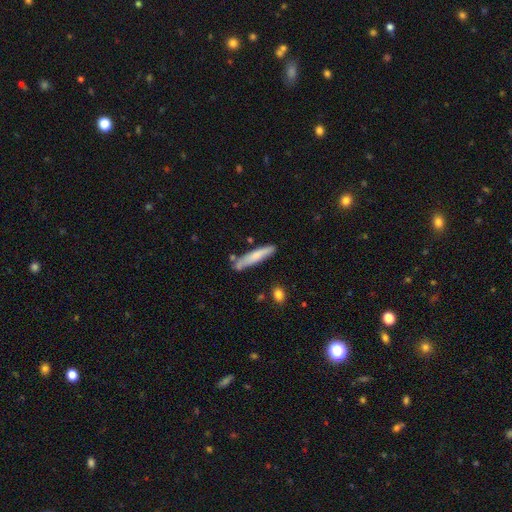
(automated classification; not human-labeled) smooth-or-featured: smooth: 71% | featured or disk: 23% | star or artifact: 6%
  how-rounded: cigar-shaped: 90% | in between: 9% | round: 1%
  merging: none: 75% | minor disturbance: 16% | merger: 6% | major disturbance: 3%